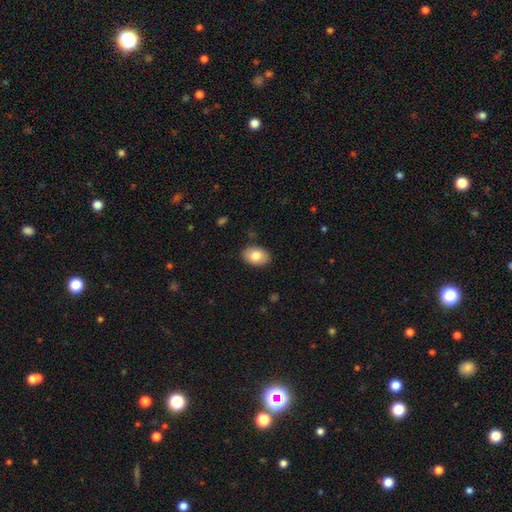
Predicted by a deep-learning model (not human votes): smooth 81%, featured or disk 12%, star or artifact 7%. Down the decision tree: how rounded — in between (85%); merging — none (87%).